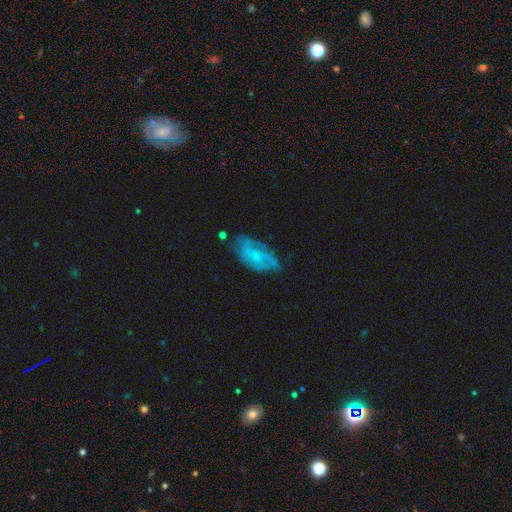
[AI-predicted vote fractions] Morphology: type=featured or disk (60%); edge-on=no (93%); bar=no (63%); spiral arms=yes (67%); bulge=small (50%); merging=none (57%).